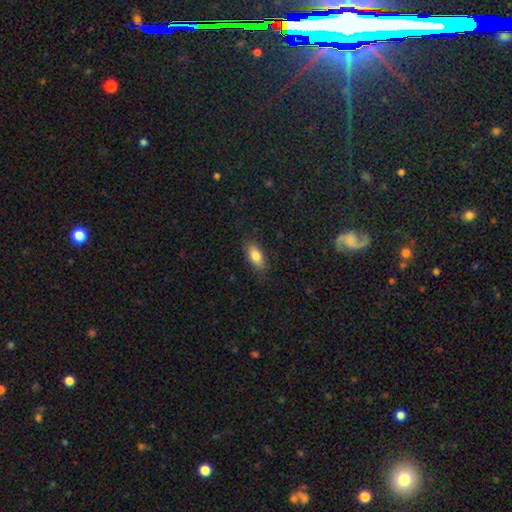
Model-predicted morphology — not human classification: The model was most divided on "smooth or featured": smooth: 83%, featured or disk: 10%, star or artifact: 7%. More confident: how rounded — in between (87%); merging — none (86%).